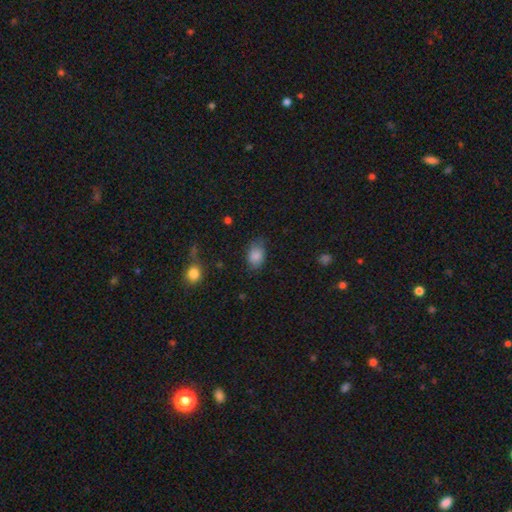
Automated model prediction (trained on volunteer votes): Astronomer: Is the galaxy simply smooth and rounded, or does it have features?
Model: smooth — 84%.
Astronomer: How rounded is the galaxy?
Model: in between — 73%.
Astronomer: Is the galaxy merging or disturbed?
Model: none — 64%.